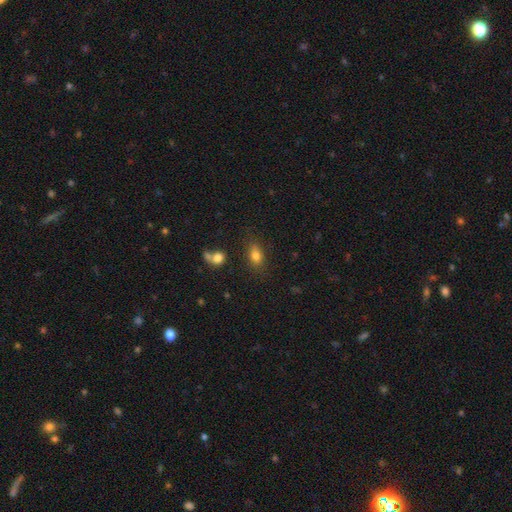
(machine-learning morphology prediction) Smooth or featured: smooth — 80% (star or artifact — 11%)
How rounded: in between — 78% (round — 18%)
Merging: none — 73% (minor disturbance — 15%)